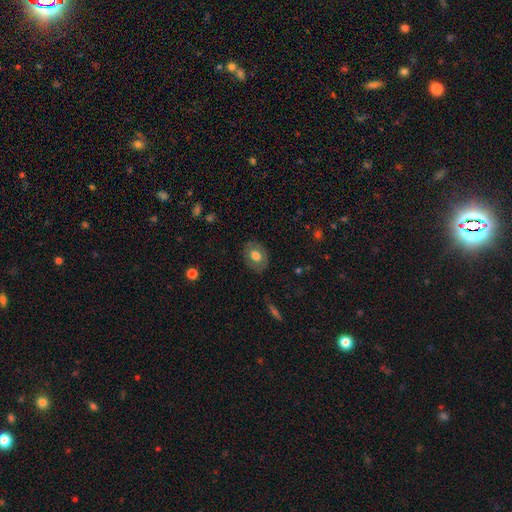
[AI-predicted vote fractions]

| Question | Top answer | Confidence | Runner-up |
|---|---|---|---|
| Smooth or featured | smooth | 64% | featured or disk (29%) |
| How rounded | in between | 64% | round (35%) |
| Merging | none | 83% | minor disturbance (12%) |